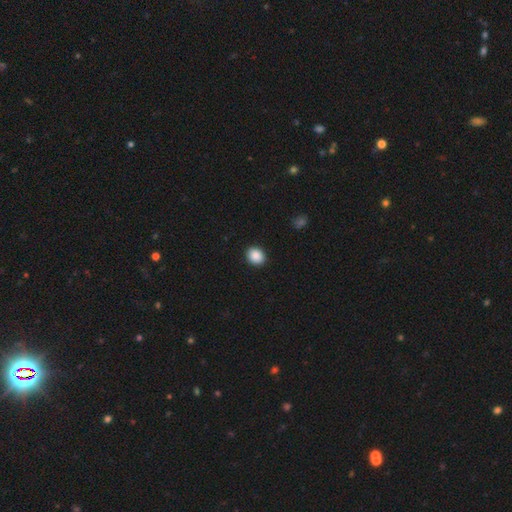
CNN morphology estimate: Q: Smooth or featured?
A: smooth (89%); runner-up: star or artifact (8%)
Q: How rounded?
A: round (61%); runner-up: in between (39%)
Q: Merging?
A: none (91%); runner-up: minor disturbance (6%)